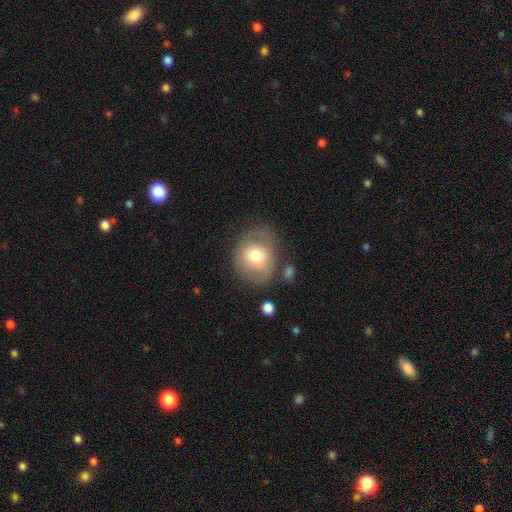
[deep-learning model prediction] A smooth galaxy with no disk features (63%) that is round (62%).

Vote fractions:
- Smooth or featured? smooth: 63% / featured or disk: 29% / star or artifact: 8%
- How rounded? round: 62% / in between: 37% / cigar-shaped: 1%
- Merging? none: 63% / minor disturbance: 22% / major disturbance: 10% / merger: 5%